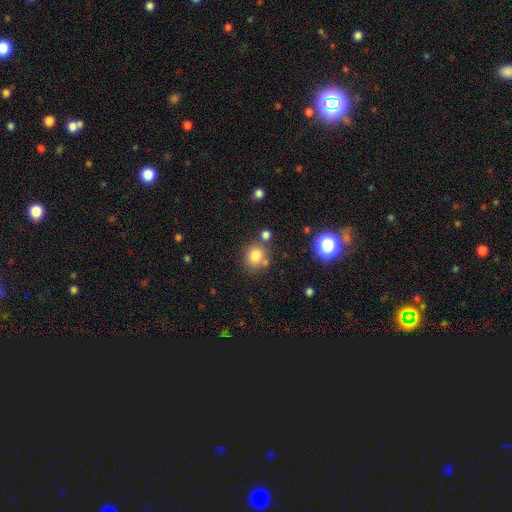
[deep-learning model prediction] A smooth galaxy with no disk features (80%) that is round (78%).

Vote fractions:
- Smooth or featured? smooth: 80% / star or artifact: 12% / featured or disk: 8%
- How rounded? round: 78% / in between: 21% / cigar-shaped: 1%
- Merging? none: 71% / merger: 13% / minor disturbance: 12% / major disturbance: 4%